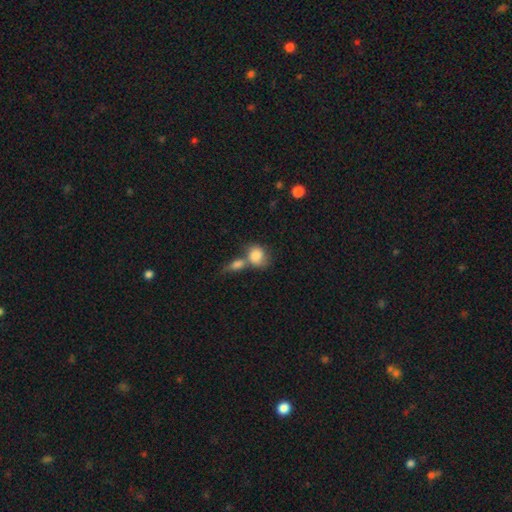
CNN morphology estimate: Overall: smooth (82%). How rounded: round (51%; in between 47%). Merging: merger (57%; none 25%).